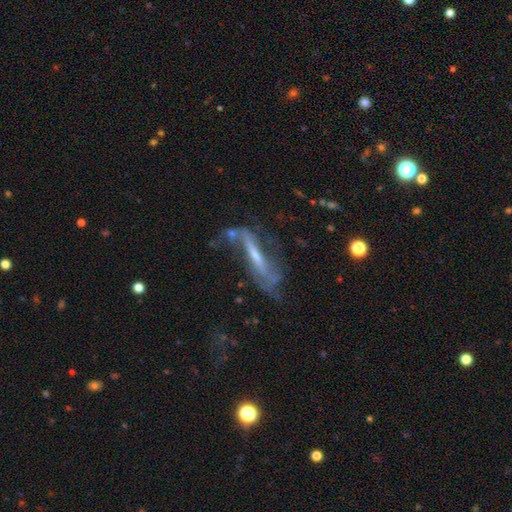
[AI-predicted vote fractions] Q: Smooth or featured?
A: featured or disk (71%); runner-up: smooth (20%)
Q: Edge-on disk?
A: no (53%); runner-up: yes (47%)
Q: Merging?
A: none (42%); runner-up: major disturbance (27%)